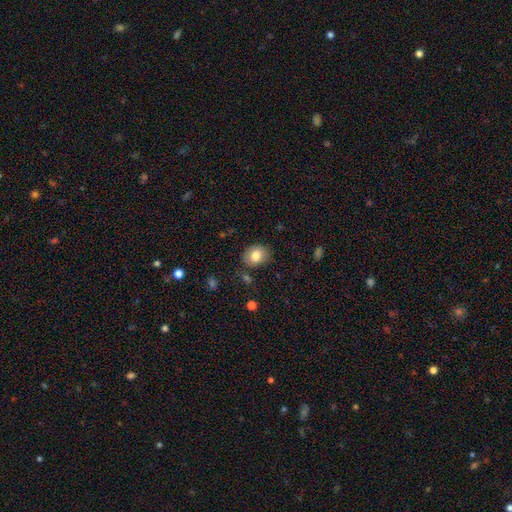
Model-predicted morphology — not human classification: type=smooth (80%); roundness=in between (50%); merging=none (81%).